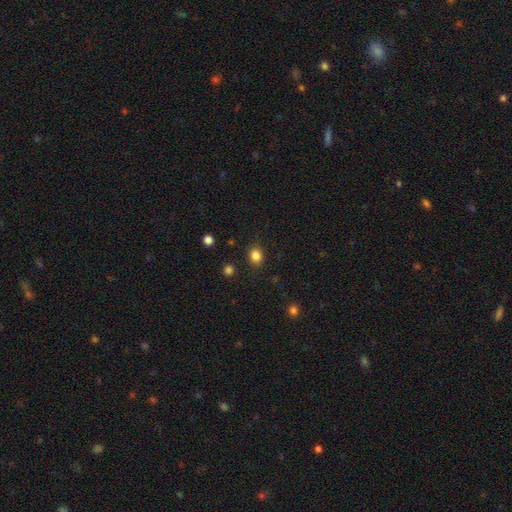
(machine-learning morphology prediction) smooth 84%, star or artifact 12%, featured or disk 4%. Down the decision tree: how rounded — round (60%); merging — none (87%).